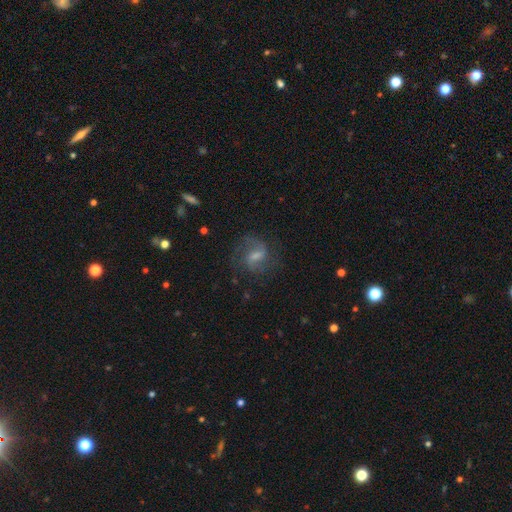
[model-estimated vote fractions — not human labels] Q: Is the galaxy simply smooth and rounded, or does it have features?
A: featured or disk — 71%.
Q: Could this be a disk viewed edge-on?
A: no — 96%.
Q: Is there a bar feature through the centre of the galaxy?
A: weak — 55%.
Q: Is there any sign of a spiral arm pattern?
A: yes — 92%.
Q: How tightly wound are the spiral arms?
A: medium — 50%.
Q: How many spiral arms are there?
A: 2 — 70%.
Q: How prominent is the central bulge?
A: small — 39%.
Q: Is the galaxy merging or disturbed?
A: none — 69%.